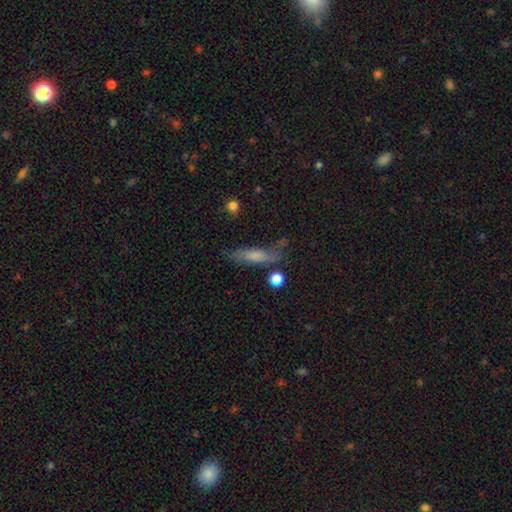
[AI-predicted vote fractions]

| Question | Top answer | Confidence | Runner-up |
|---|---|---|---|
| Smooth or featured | smooth | 67% | featured or disk (24%) |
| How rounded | cigar-shaped | 73% | in between (23%) |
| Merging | none | 66% | minor disturbance (21%) |